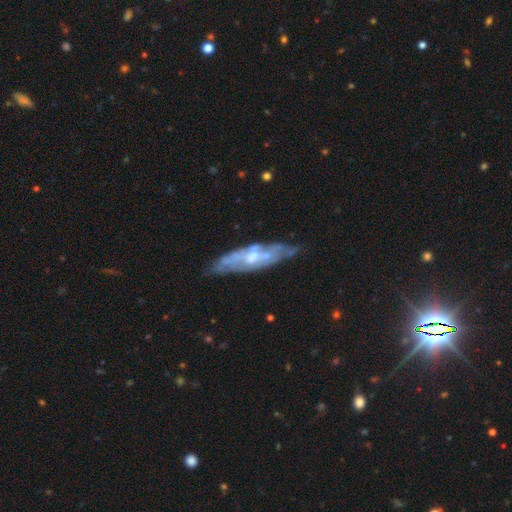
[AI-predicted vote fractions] This is likely a featured or disk galaxy (70%). It is possibly not viewed edge-on (54%). Merging: likely none (71%).